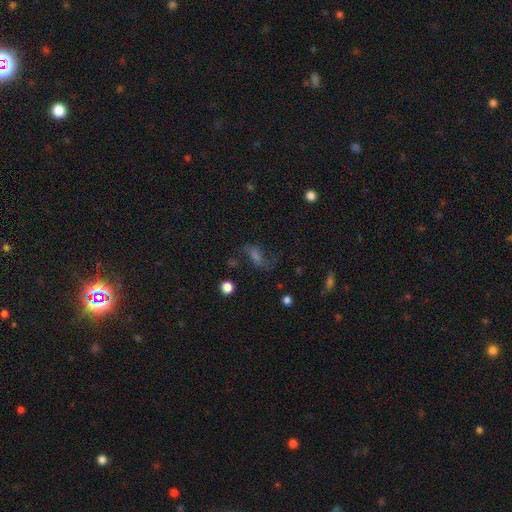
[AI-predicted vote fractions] A featured or disk galaxy (40%). Merging: none (57%).